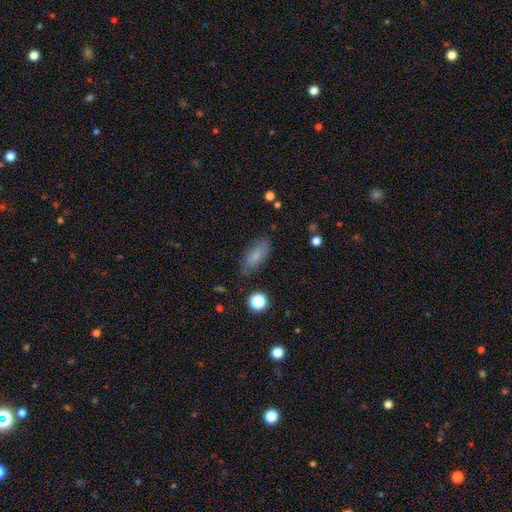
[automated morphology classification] Smooth or featured? Predicted: smooth (p=0.77). How rounded? Predicted: in between (p=0.77). Merging? Predicted: none (p=0.79).